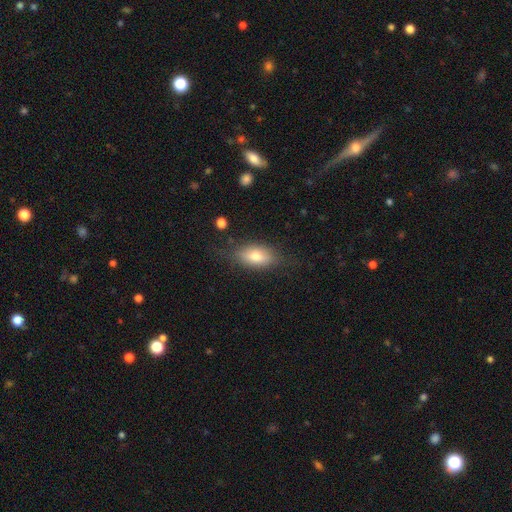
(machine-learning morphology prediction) smooth-or-featured: smooth: 67% | featured or disk: 26% | star or artifact: 8%
  how-rounded: in between: 82% | cigar-shaped: 10% | round: 7%
  merging: none: 73% | minor disturbance: 19% | major disturbance: 7% | merger: 2%